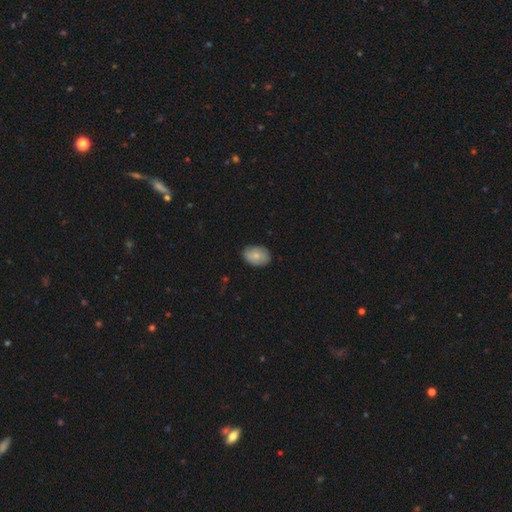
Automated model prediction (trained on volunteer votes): Smooth or featured? Predicted: smooth (p=0.67). How rounded? Predicted: in between (p=0.79). Merging? Predicted: none (p=0.80).